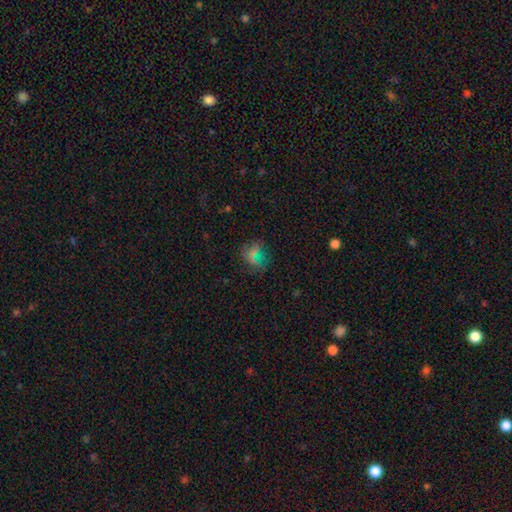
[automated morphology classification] A smooth galaxy with no disk features (60%) that is round (77%).

Vote fractions:
- Smooth or featured? smooth: 60% / star or artifact: 30% / featured or disk: 10%
- How rounded? round: 77% / in between: 21% / cigar-shaped: 2%
- Merging? none: 77% / minor disturbance: 14% / major disturbance: 6% / merger: 3%